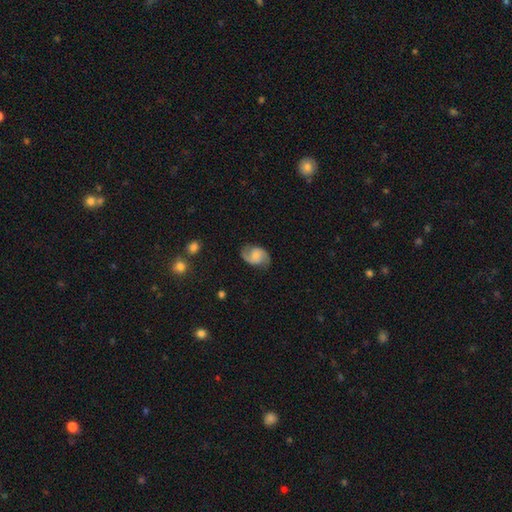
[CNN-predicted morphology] A featured or disk galaxy (73%) with no bar (57%), 2 (90%) medium (49%) spiral arms (95%) and a small central bulge (45%).

Vote fractions:
- Smooth or featured? featured or disk: 73% / smooth: 20% / star or artifact: 7%
- Edge-on disk? no: 97% / yes: 3%
- Bar? no: 57% / weak: 36% / strong: 7%
- Spiral arms? yes: 95% / no: 5%
- Spiral winding? medium: 49% / loose: 32% / tight: 18%
- Spiral arm count? 2: 90% / can't tell: 4% / 1: 3% / 3: 1% / 4: 1% / more than 4: 1%
- Bulge size? small: 45% / moderate: 31% / none: 17% / large: 5% / dominant: 2%
- Merging? none: 75% / minor disturbance: 17% / major disturbance: 6% / merger: 1%